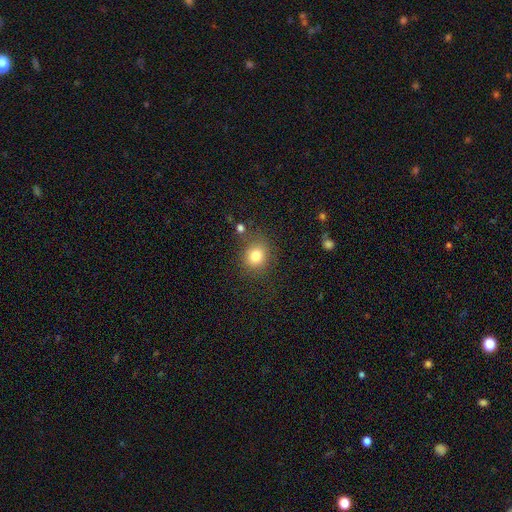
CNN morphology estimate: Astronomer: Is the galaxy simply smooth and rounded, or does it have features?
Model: smooth — 81%.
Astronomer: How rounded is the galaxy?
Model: round — 74%.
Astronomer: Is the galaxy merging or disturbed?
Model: none — 78%.